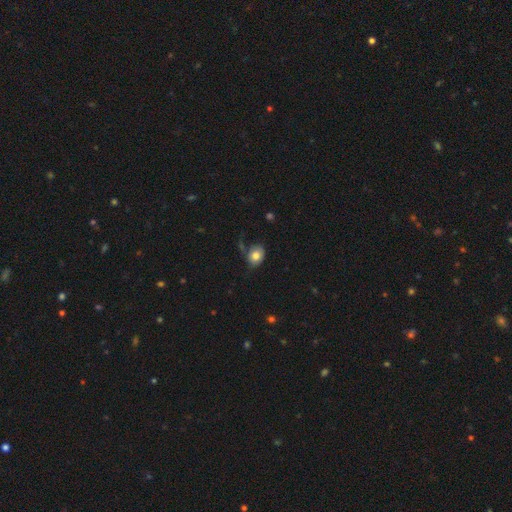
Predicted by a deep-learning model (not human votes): Q: Smooth or featured?
A: smooth (79%); runner-up: featured or disk (12%)
Q: How rounded?
A: in between (56%); runner-up: round (43%)
Q: Merging?
A: none (67%); runner-up: minor disturbance (21%)